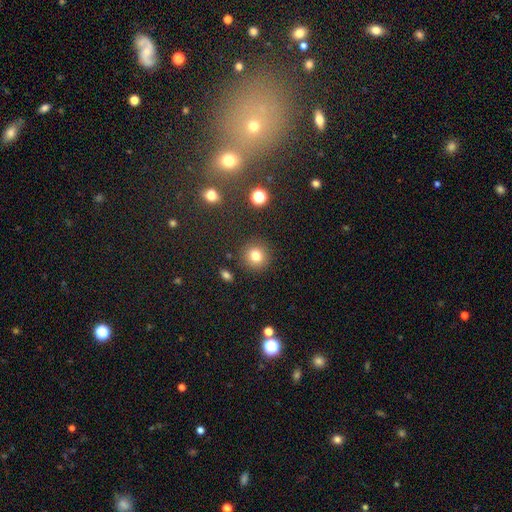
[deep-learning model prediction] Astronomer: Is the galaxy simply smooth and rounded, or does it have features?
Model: smooth — 81%.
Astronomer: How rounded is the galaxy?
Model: round — 91%.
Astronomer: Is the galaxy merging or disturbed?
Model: none — 86%.